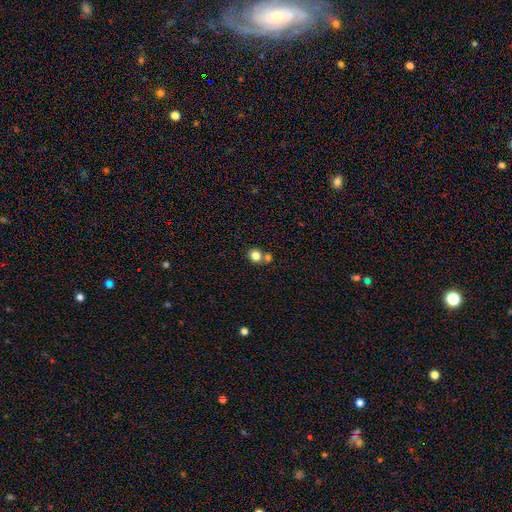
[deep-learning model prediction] Overall: smooth (82%). How rounded: round (78%). Merging: none (54%; merger 34%).